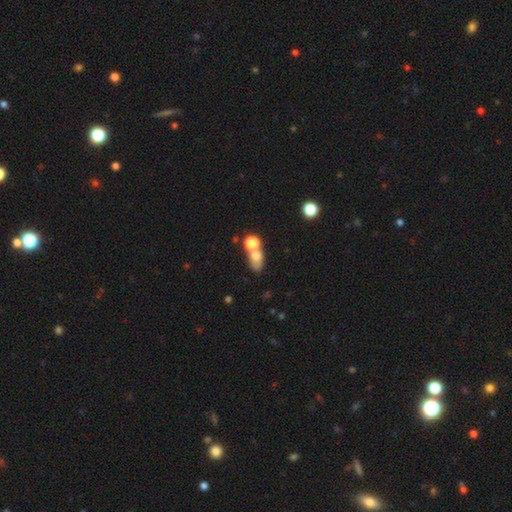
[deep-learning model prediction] A smooth galaxy with no disk features (71%) that is in between round and cigar-shaped (63%). Merging: merger (50%).